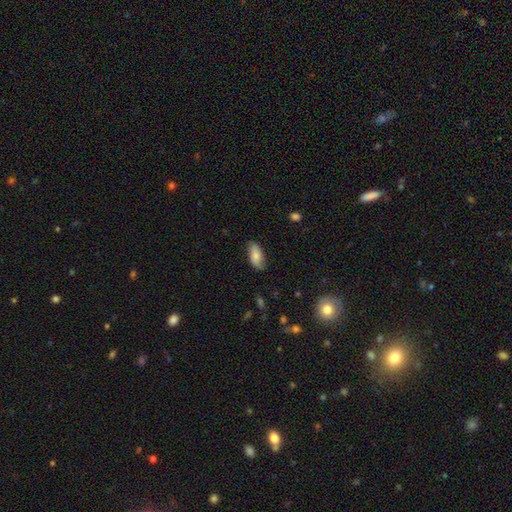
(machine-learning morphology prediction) The model was most divided on "merging": none: 75%, minor disturbance: 20%, major disturbance: 4%, merger: 1%. More confident: how rounded — in between (88%); smooth or featured — smooth (75%).